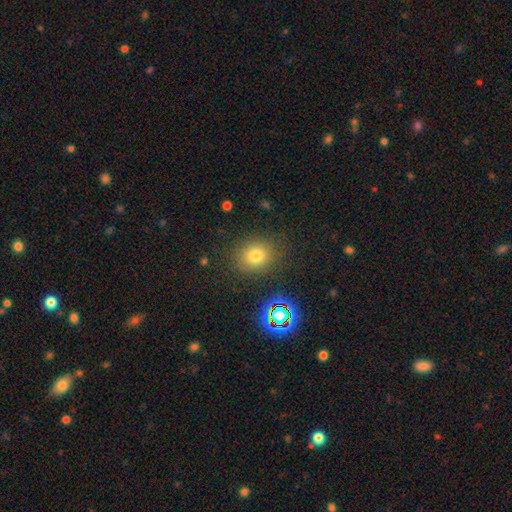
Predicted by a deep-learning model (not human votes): smooth 71%, star or artifact 20%, featured or disk 9%. Down the decision tree: how rounded — round (69%); merging — none (84%).